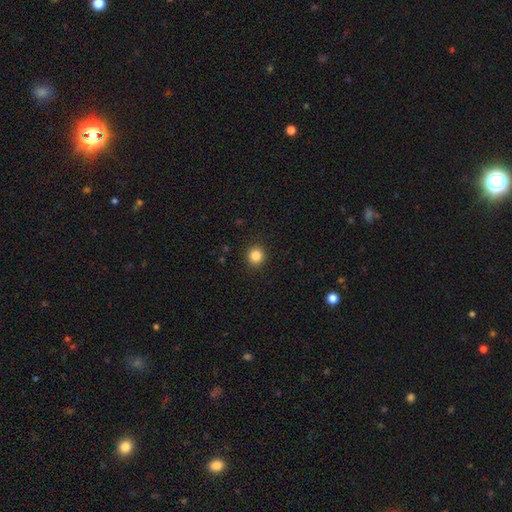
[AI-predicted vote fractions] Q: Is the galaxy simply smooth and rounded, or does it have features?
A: smooth — 85%.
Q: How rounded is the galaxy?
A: round — 93%.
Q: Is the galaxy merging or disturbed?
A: none — 92%.